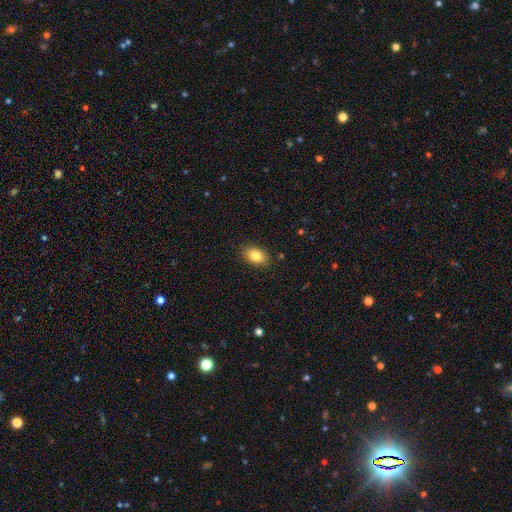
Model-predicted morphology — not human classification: smooth 84%, star or artifact 8%, featured or disk 8%. Down the decision tree: how rounded — in between (87%); merging — none (86%).